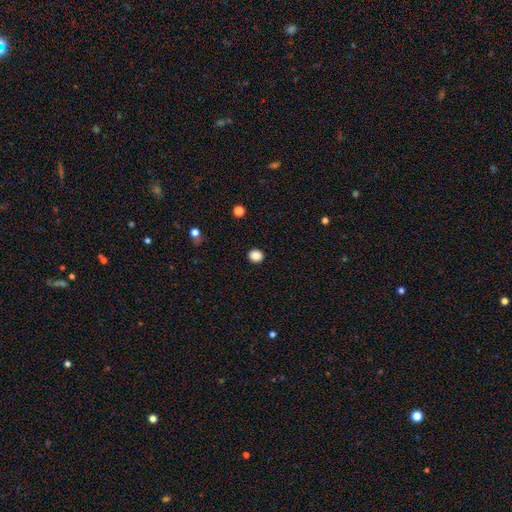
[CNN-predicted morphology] smooth 87%, star or artifact 10%, featured or disk 3%. Down the decision tree: how rounded — round (81%); merging — none (92%).